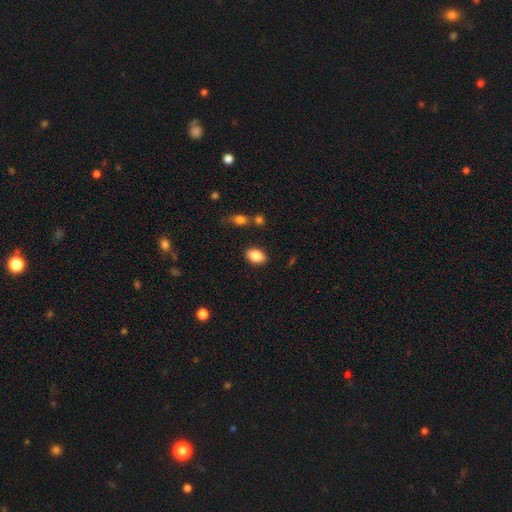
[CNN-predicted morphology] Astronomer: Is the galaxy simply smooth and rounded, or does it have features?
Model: smooth — 86%.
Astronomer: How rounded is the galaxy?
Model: in between — 86%.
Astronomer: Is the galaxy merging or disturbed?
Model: none — 85%.